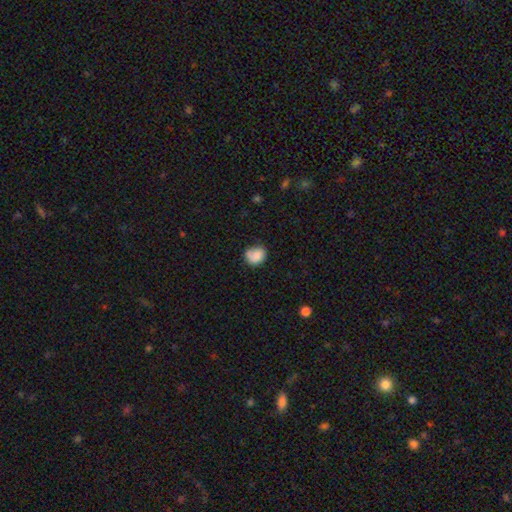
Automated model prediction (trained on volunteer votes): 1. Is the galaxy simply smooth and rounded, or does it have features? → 82% smooth, 10% featured or disk, 8% star or artifact.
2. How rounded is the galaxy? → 62% round, 37% in between, 1% cigar-shaped.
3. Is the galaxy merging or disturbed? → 59% none, 28% minor disturbance, 9% major disturbance, 4% merger.